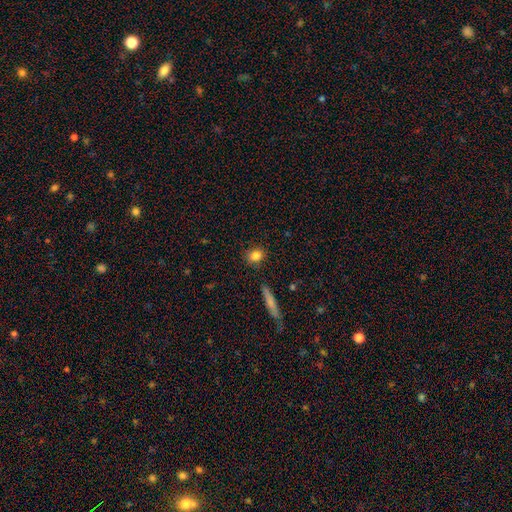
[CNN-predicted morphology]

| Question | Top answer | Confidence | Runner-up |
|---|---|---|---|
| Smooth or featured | smooth | 83% | star or artifact (9%) |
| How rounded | round | 64% | in between (32%) |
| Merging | none | 86% | minor disturbance (9%) |